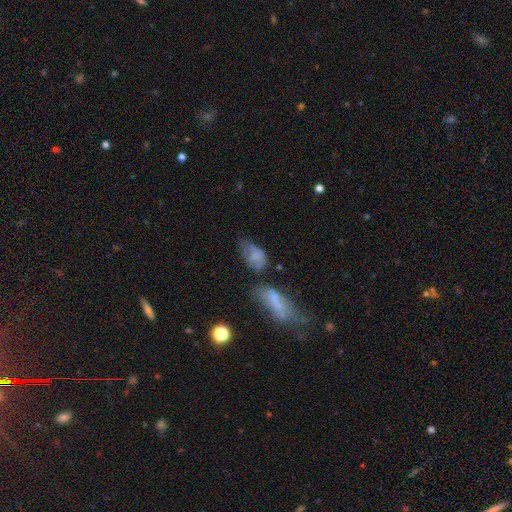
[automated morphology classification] Smooth or featured? smooth (68%)
How rounded? in between (89%)
Merging? none (31%)